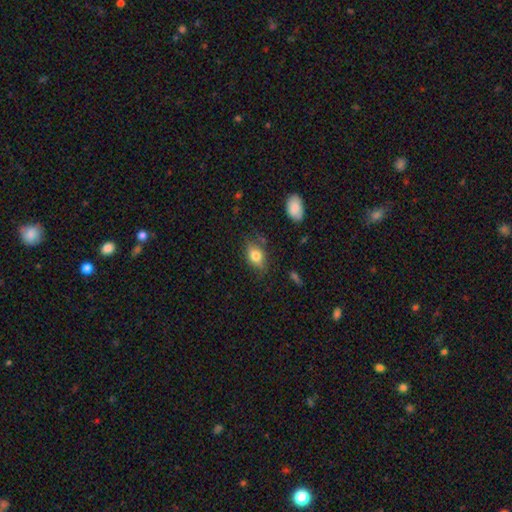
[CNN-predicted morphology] A smooth galaxy with no disk features (77%) that is in between round and cigar-shaped (81%). Merging: none (69%).